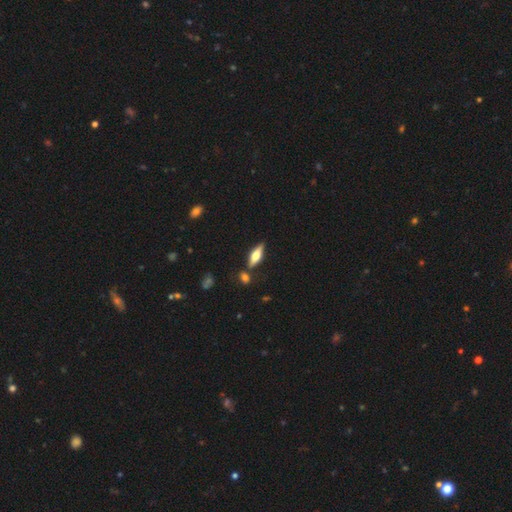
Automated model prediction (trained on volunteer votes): Q: Smooth or featured?
A: smooth (47%); runner-up: featured or disk (46%)
Q: Merging?
A: none (78%); runner-up: minor disturbance (12%)